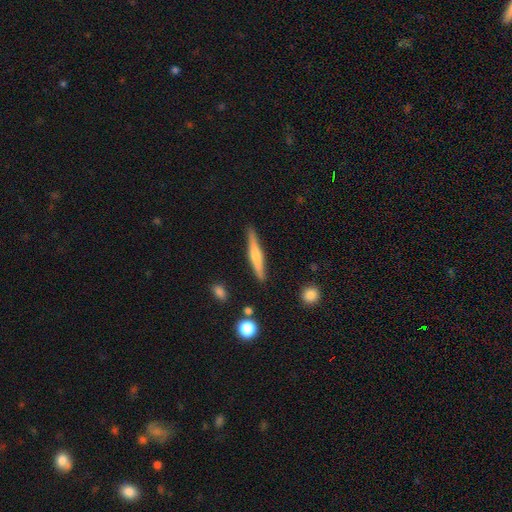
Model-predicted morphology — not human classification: A featured or disk galaxy (54%) viewed edge-on (97%) with a rounded central bulge (71%). Merging: none (89%).